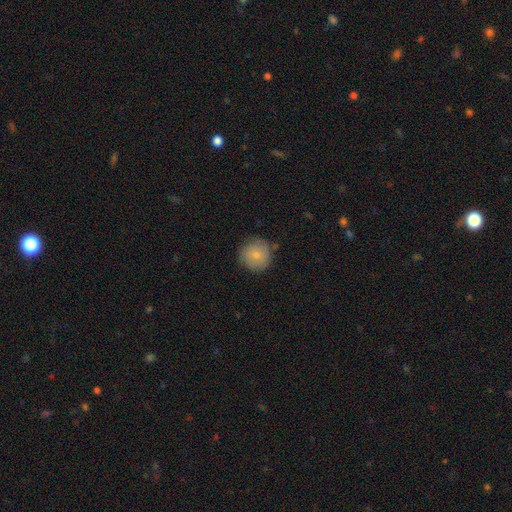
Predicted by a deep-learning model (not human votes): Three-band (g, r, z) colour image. It shows a smooth galaxy with no disk features (77%) that is round (93%). Merging: none (79%).